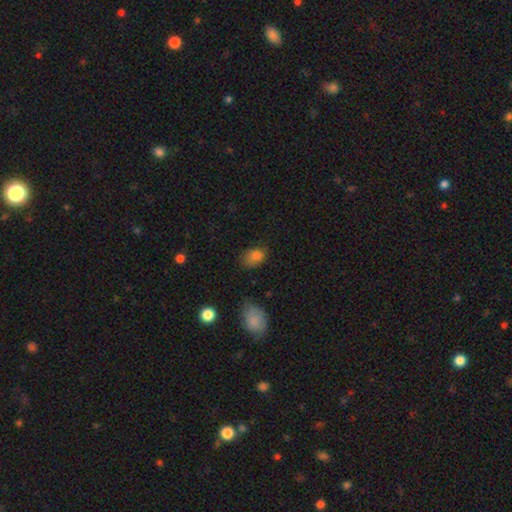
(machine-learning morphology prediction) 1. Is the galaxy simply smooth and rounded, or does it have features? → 81% smooth, 11% star or artifact, 8% featured or disk.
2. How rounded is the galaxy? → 79% in between, 20% round, 1% cigar-shaped.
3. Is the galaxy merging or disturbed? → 55% none, 32% minor disturbance, 10% major disturbance, 3% merger.